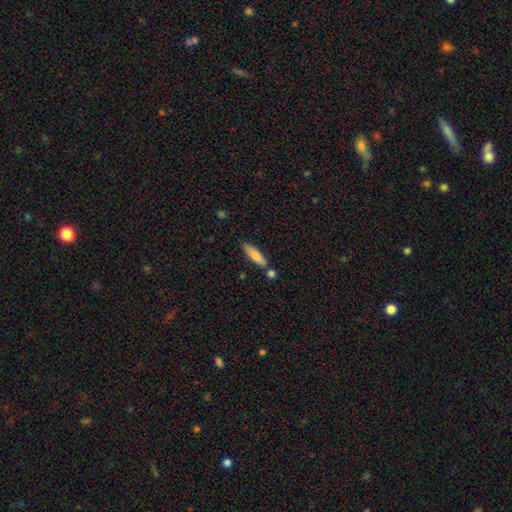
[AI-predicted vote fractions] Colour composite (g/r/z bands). It shows a smooth galaxy with no disk features (73%) that is cigar-shaped (72%). Merging: none (73%).